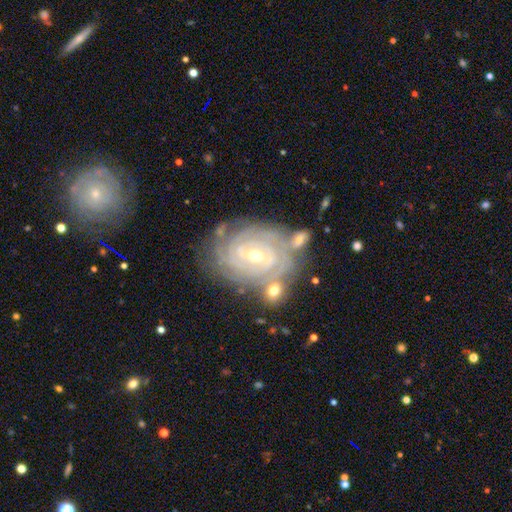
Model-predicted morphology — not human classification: Smooth or featured? Predicted: featured or disk (p=0.88). Edge-on disk? Predicted: no (p=0.96). Bar? Predicted: weak (p=0.48). Spiral arms? Predicted: yes (p=0.96). Spiral winding? Predicted: tight (p=0.84). Spiral arm count? Predicted: can't tell (p=0.36). Bulge size? Predicted: small (p=0.51). Merging? Predicted: none (p=0.63).